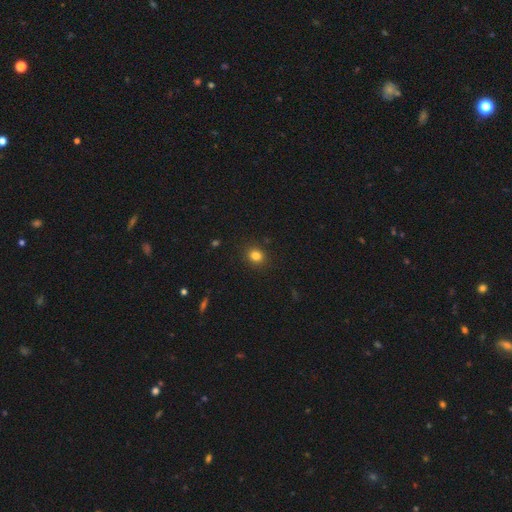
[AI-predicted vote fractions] smooth_or_featured: smooth (p=0.83) [alt: star or artifact p=0.13]
how_rounded: round (p=0.78) [alt: in between p=0.21]
merging: none (p=0.90) [alt: minor disturbance p=0.07]